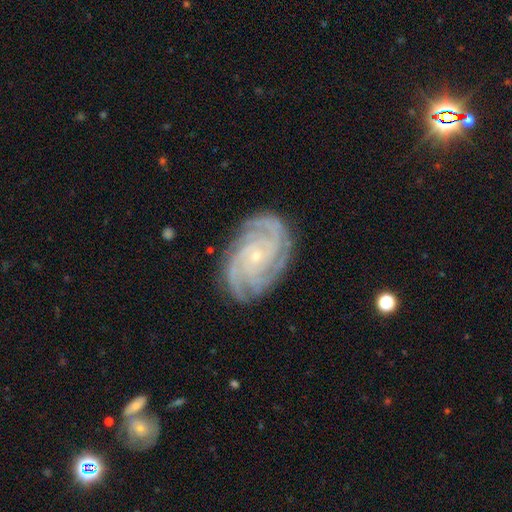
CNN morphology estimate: Smooth or featured? Predicted: featured or disk (p=0.91). Edge-on disk? Predicted: no (p=0.97). Bar? Predicted: no (p=0.75). Spiral arms? Predicted: yes (p=0.99). Spiral winding? Predicted: tight (p=0.76). Spiral arm count? Predicted: 4 (p=0.32). Bulge size? Predicted: small (p=0.82). Merging? Predicted: none (p=0.82).